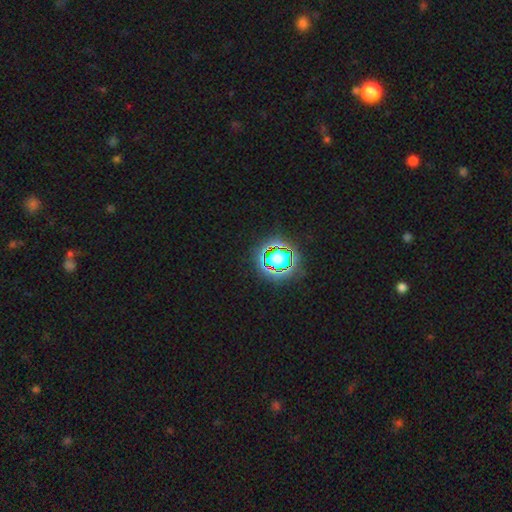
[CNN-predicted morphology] Overall: star or artifact (79%).